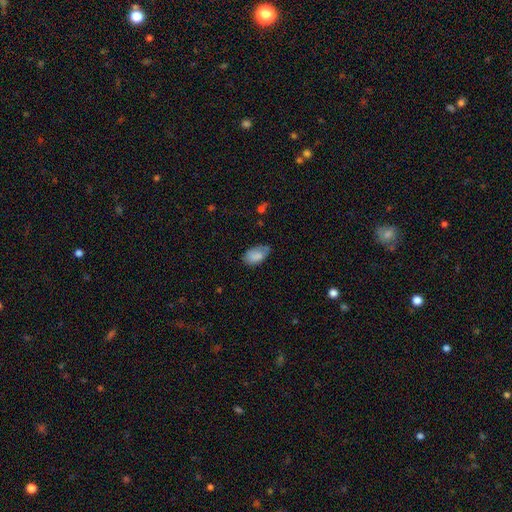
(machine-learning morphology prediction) Smooth or featured: smooth — 82% (featured or disk — 11%)
How rounded: in between — 93% (round — 5%)
Merging: none — 56% (minor disturbance — 33%)